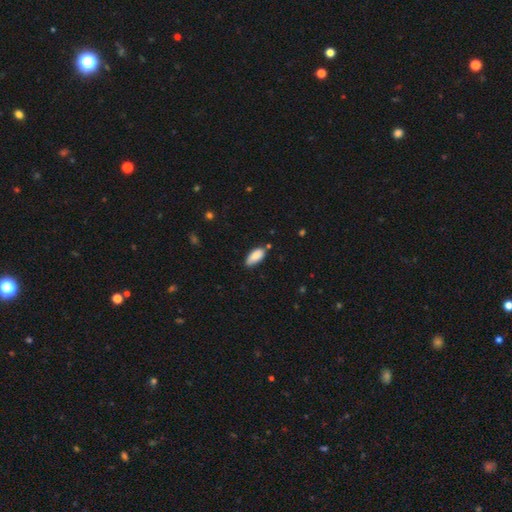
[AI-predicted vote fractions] smooth-or-featured: smooth: 86% | featured or disk: 7% | star or artifact: 7%
  how-rounded: in between: 89% | cigar-shaped: 9% | round: 2%
  merging: none: 70% | minor disturbance: 24% | major disturbance: 3% | merger: 3%